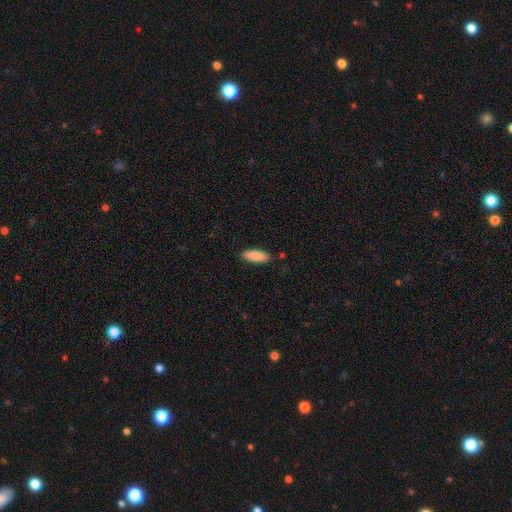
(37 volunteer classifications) smooth_or_featured: smooth (p=0.84) [alt: featured or disk p=0.11]
how_rounded: in between (p=0.61) [alt: cigar-shaped p=0.35]
merging: none (p=0.89) [alt: minor disturbance p=0.09]